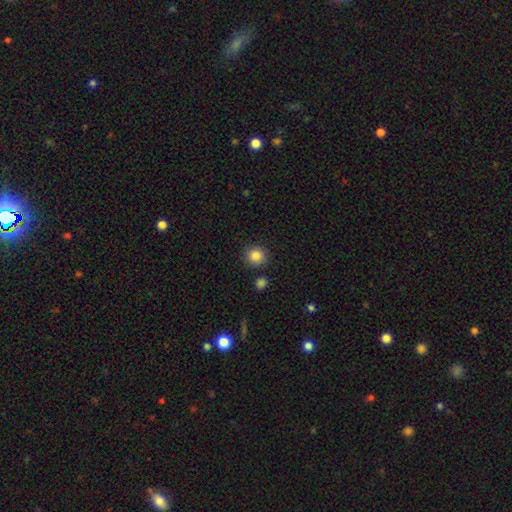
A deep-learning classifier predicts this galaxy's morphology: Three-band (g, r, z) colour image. It shows a smooth galaxy with no disk features (86%) that is round (90%). Merging: none (86%).